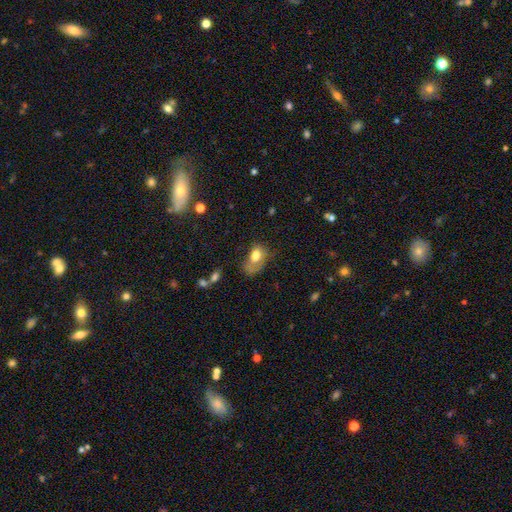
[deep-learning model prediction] smooth_or_featured: smooth (p=0.71) [alt: featured or disk p=0.20]
how_rounded: in between (p=0.83) [alt: round p=0.15]
merging: major disturbance (p=0.35) [alt: minor disturbance p=0.31]